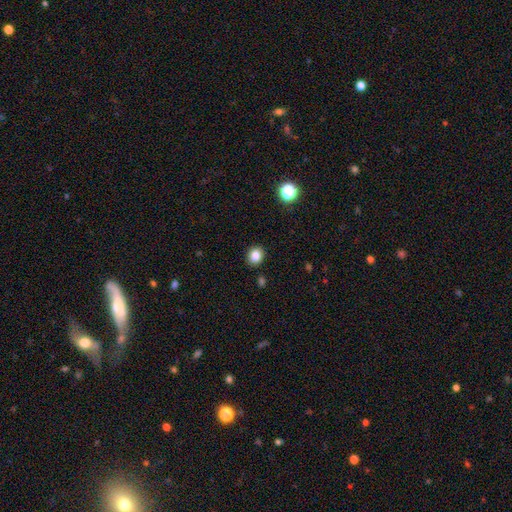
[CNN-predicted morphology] Smooth or featured?
  - smooth: 83% *
  - star or artifact: 11%
  - featured or disk: 6%
How rounded?
  - round: 69% *
  - in between: 30%
  - cigar-shaped: 1%
Merging?
  - none: 90% *
  - minor disturbance: 6%
  - major disturbance: 2%
  - merger: 2%